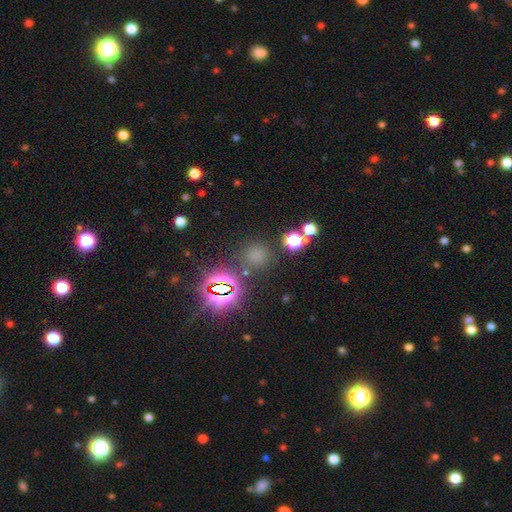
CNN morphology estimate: Smooth or featured?
  - smooth: 58% *
  - star or artifact: 36%
  - featured or disk: 6%
How rounded?
  - round: 90% *
  - in between: 9%
  - cigar-shaped: 1%
Merging?
  - none: 79% *
  - minor disturbance: 10%
  - merger: 6%
  - major disturbance: 5%